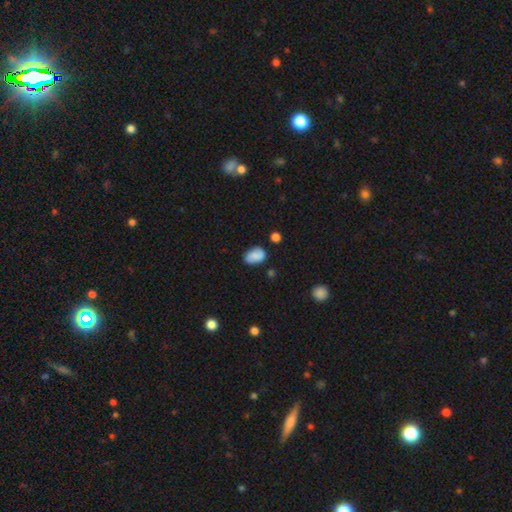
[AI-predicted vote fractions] A smooth galaxy with no disk features (76%) that is in between round and cigar-shaped (84%). Merging: none (70%).